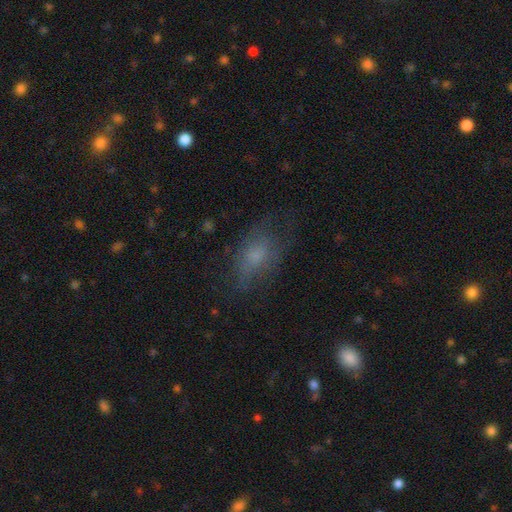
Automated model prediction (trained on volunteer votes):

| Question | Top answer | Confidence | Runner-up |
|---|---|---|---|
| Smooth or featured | smooth | 62% | featured or disk (25%) |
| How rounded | in between | 83% | round (13%) |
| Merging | none | 55% | minor disturbance (24%) |